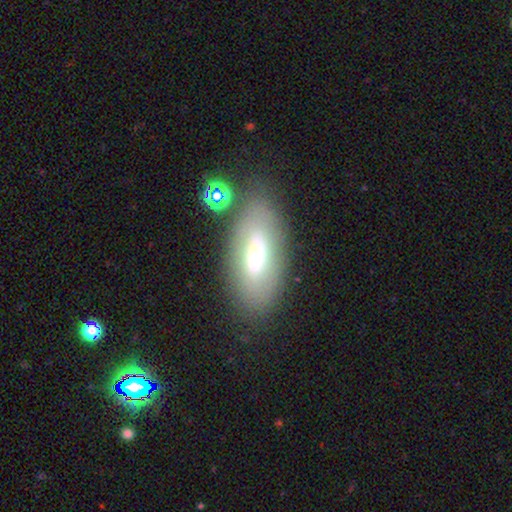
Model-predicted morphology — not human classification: type=smooth (47%); merging=none (72%).